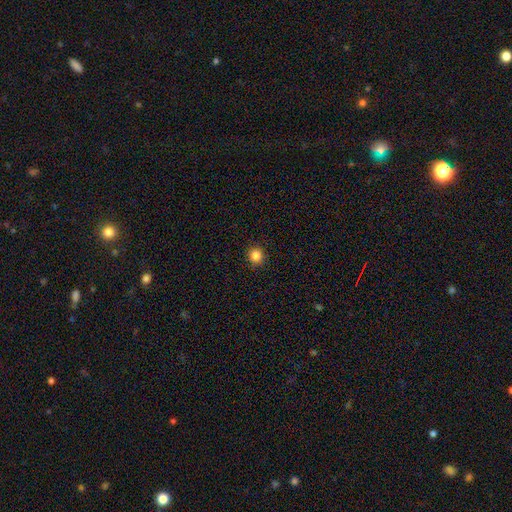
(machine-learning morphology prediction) Smooth or featured? Predicted: smooth (p=0.84). How rounded? Predicted: round (p=0.93). Merging? Predicted: none (p=0.92).